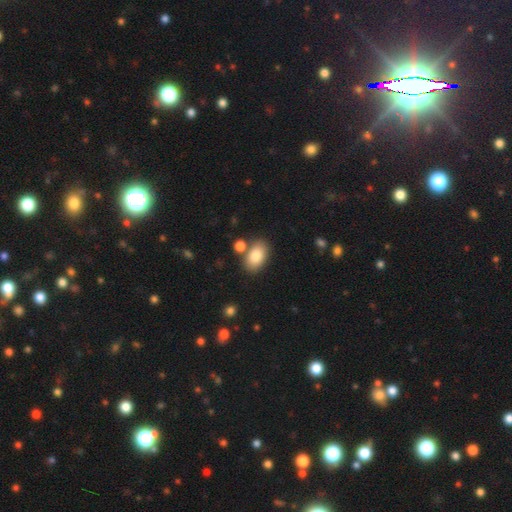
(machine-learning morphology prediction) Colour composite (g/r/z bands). It shows a smooth galaxy with no disk features (83%) that is in between round and cigar-shaped (91%). Merging: none (73%).